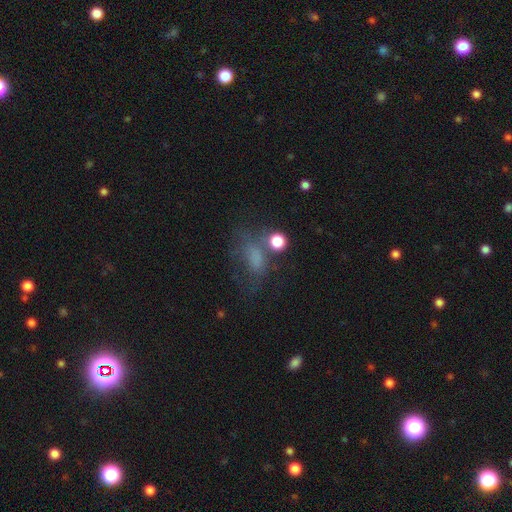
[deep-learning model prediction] smooth_or_featured: smooth (p=0.53) [alt: featured or disk p=0.25]
how_rounded: in between (p=0.70) [alt: round p=0.26]
merging: none (p=0.39) [alt: major disturbance p=0.30]